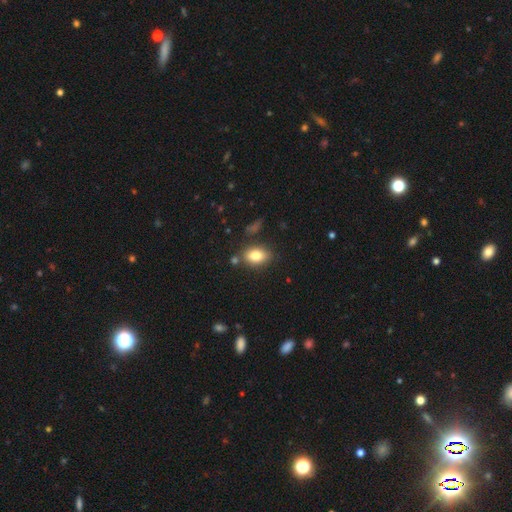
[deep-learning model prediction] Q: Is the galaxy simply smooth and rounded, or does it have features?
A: smooth — 81%.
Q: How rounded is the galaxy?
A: in between — 84%.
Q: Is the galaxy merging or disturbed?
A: none — 76%.